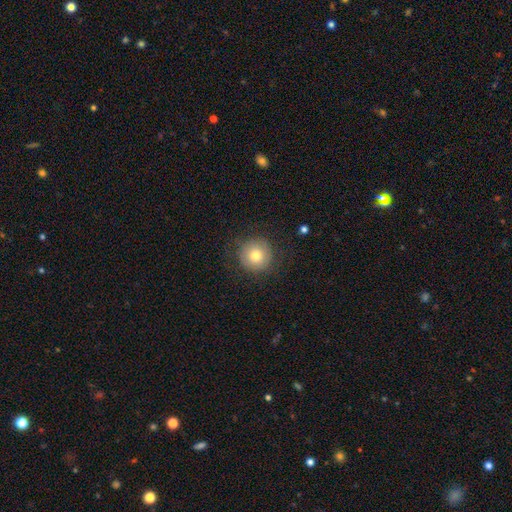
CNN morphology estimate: A smooth galaxy with no disk features (73%) that is round (95%). Merging: none (82%).